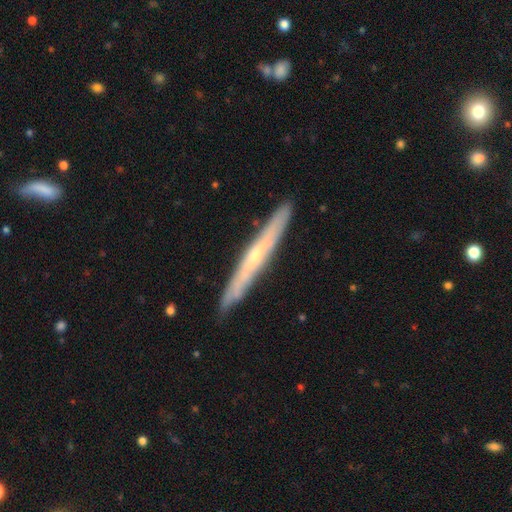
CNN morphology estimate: Q: Smooth or featured?
A: featured or disk (68%); runner-up: smooth (26%)
Q: Edge-on disk?
A: yes (92%); runner-up: no (8%)
Q: Edge-on bulge?
A: rounded (62%); runner-up: none (35%)
Q: Merging?
A: none (90%); runner-up: minor disturbance (8%)